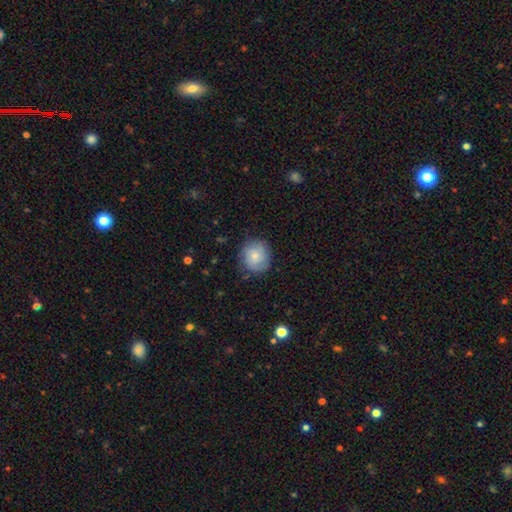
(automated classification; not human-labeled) This is likely a smooth galaxy (65%). How rounded: clearly round (85%). Merging: likely none (78%).